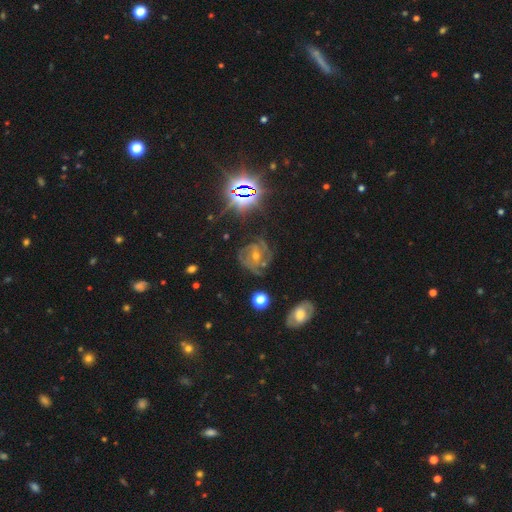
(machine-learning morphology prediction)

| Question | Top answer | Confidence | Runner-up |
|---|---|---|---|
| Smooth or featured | featured or disk | 61% | star or artifact (29%) |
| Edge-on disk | no | 96% | yes (4%) |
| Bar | no | 53% | weak (34%) |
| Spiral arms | yes | 92% | no (8%) |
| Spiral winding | tight | 59% | medium (33%) |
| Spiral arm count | can't tell | 32% | 3 (25%) |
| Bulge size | small | 56% | moderate (39%) |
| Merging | none | 70% | minor disturbance (17%) |